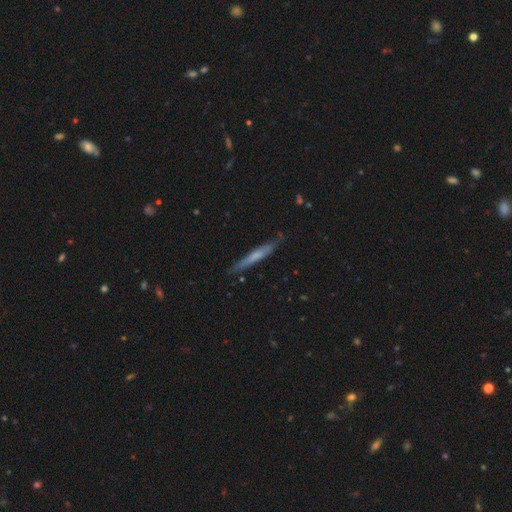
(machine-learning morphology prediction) type=smooth (51%); roundness=cigar-shaped (95%); merging=none (81%).